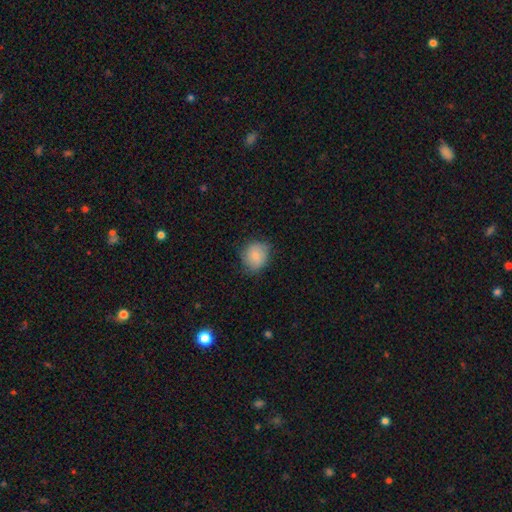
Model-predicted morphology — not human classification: Smooth or featured: smooth — 81% (featured or disk — 12%)
How rounded: round — 77% (in between — 22%)
Merging: none — 70% (minor disturbance — 24%)